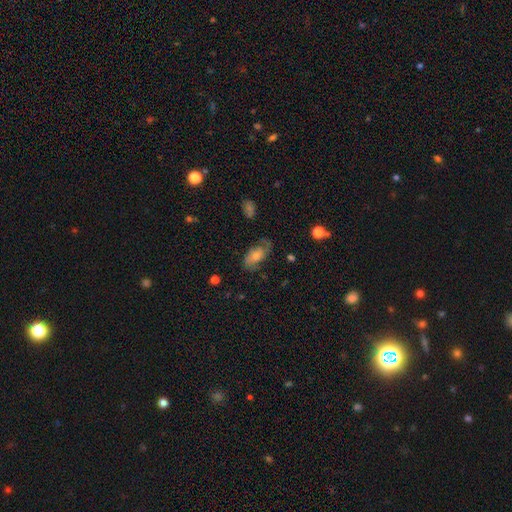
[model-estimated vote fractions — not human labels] smooth_or_featured: smooth (p=0.50) [alt: featured or disk p=0.41]
how_rounded: in between (p=0.91) [alt: round p=0.05]
merging: none (p=0.57) [alt: minor disturbance p=0.26]